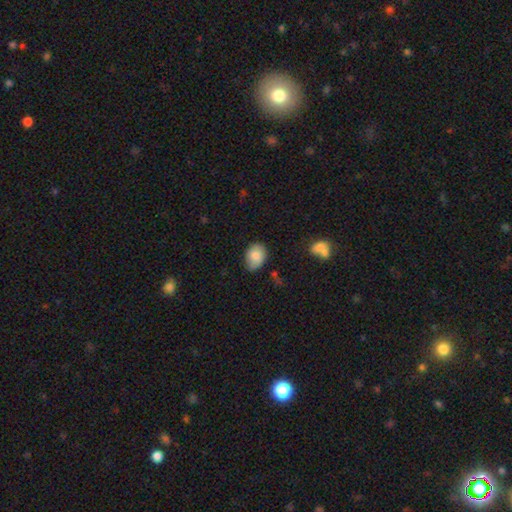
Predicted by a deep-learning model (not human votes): smooth 81%, featured or disk 12%, star or artifact 8%. Down the decision tree: how rounded — in between (71%); merging — none (65%).